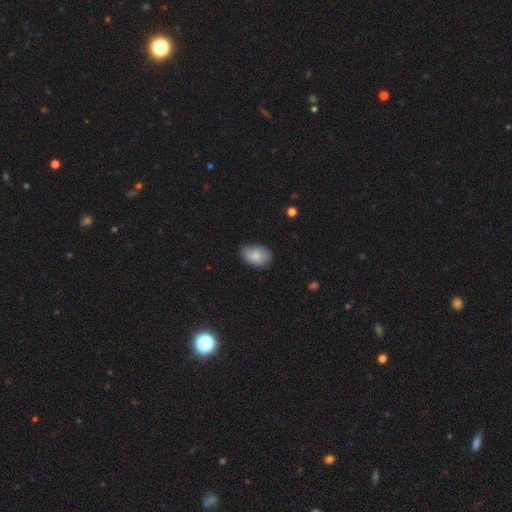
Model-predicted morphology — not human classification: Q: Smooth or featured?
A: smooth (82%); runner-up: featured or disk (11%)
Q: How rounded?
A: in between (87%); runner-up: round (12%)
Q: Merging?
A: none (75%); runner-up: minor disturbance (20%)